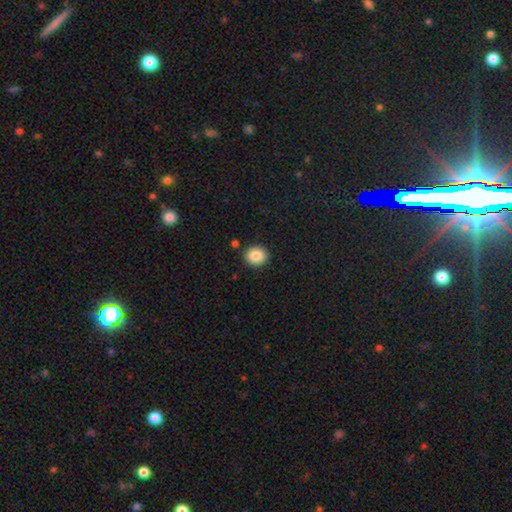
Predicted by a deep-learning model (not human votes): Smooth or featured? Predicted: smooth (p=0.86). How rounded? Predicted: round (p=0.79). Merging? Predicted: none (p=0.89).